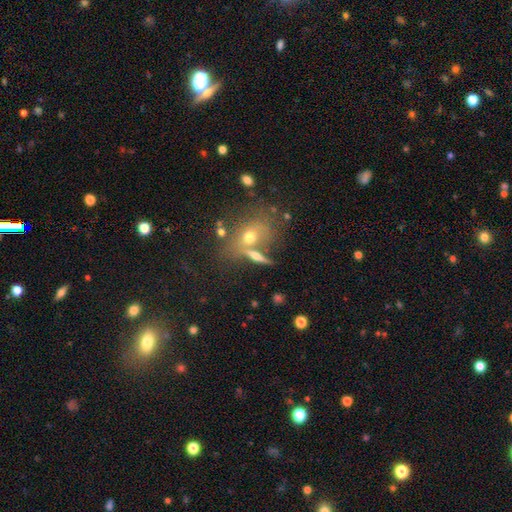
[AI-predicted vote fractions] Overall: smooth (49%; featured or disk 39%). Merging: none (55%; merger 25%).